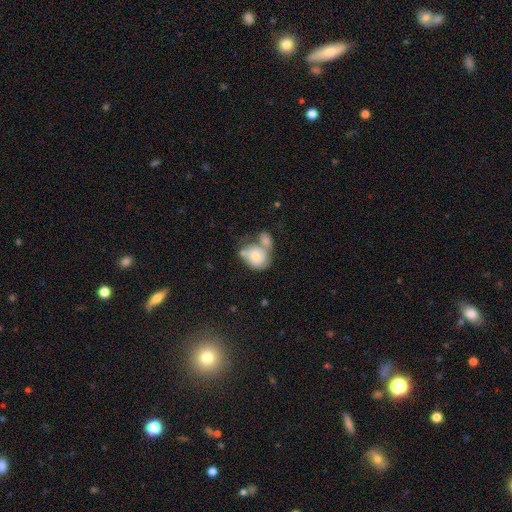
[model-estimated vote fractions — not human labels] smooth-or-featured: smooth: 60% | featured or disk: 33% | star or artifact: 7%
  how-rounded: round: 50% | in between: 49% | cigar-shaped: 1%
  merging: merger: 57% | none: 19% | minor disturbance: 14% | major disturbance: 10%